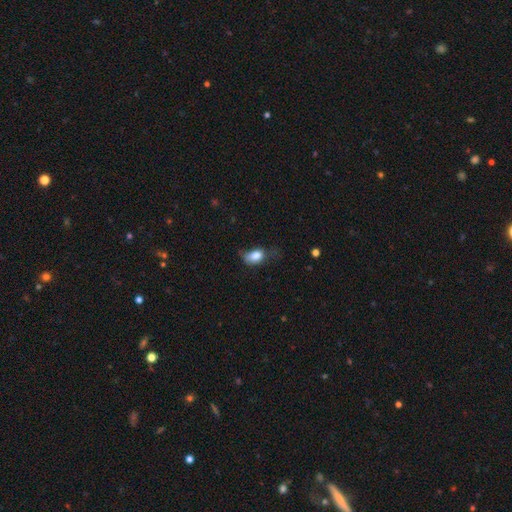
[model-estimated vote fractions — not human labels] smooth_or_featured: smooth (p=0.80) [alt: featured or disk p=0.12]
how_rounded: in between (p=0.82) [alt: round p=0.16]
merging: minor disturbance (p=0.37) [alt: none p=0.33]